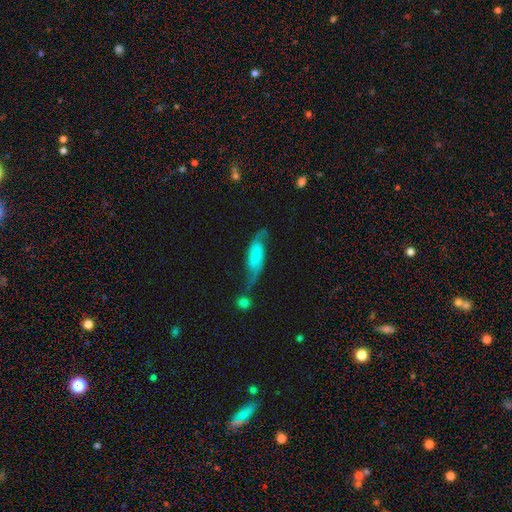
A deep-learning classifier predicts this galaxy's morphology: A featured or disk galaxy (65%) with no bar (54%), 2 (90%) loose (66%) spiral arms (92%) and a small central bulge (33%).

Vote fractions:
- Smooth or featured? featured or disk: 65% / smooth: 28% / star or artifact: 7%
- Edge-on disk? no: 87% / yes: 13%
- Bar? no: 54% / weak: 34% / strong: 12%
- Spiral arms? yes: 92% / no: 8%
- Spiral winding? loose: 66% / medium: 25% / tight: 9%
- Spiral arm count? 2: 90% / can't tell: 4% / 1: 3% / 3: 1% / 4: 1% / more than 4: 1%
- Bulge size? small: 33% / none: 31% / moderate: 23% / large: 10% / dominant: 3%
- Merging? none: 49% / minor disturbance: 23% / major disturbance: 15% / merger: 13%